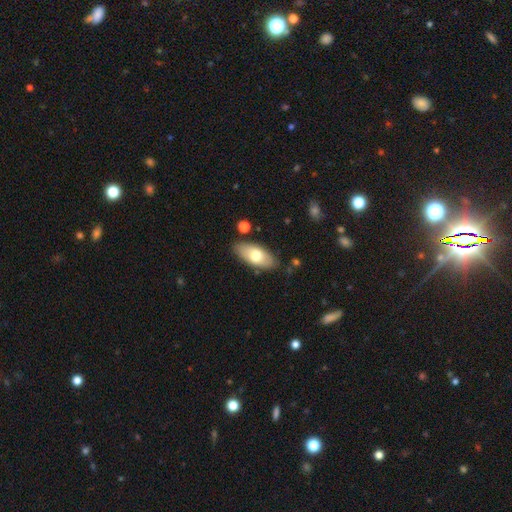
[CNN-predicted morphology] Overall: smooth (69%). How rounded: in between (88%). Merging: none (83%).